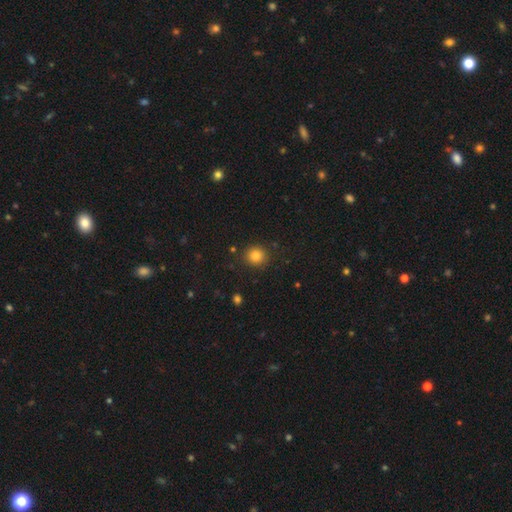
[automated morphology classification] This is clearly a smooth galaxy (82%). How rounded: clearly round (89%). Merging: clearly none (88%).